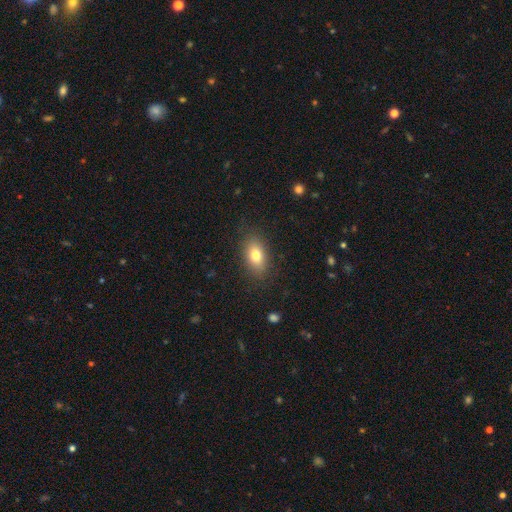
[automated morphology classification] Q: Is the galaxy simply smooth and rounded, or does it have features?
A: smooth — 77%.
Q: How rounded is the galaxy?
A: in between — 85%.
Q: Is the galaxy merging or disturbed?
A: none — 86%.